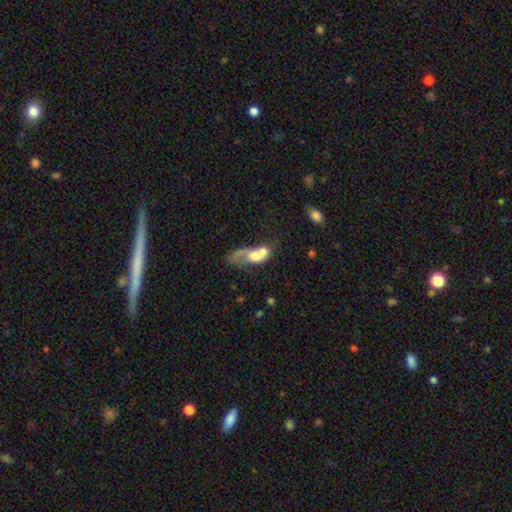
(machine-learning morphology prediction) A smooth galaxy with no disk features (52%) that is in between round and cigar-shaped (67%).

Vote fractions:
- Smooth or featured? smooth: 52% / featured or disk: 39% / star or artifact: 9%
- How rounded? in between: 67% / round: 22% / cigar-shaped: 11%
- Merging? merger: 59% / major disturbance: 21% / none: 12% / minor disturbance: 8%